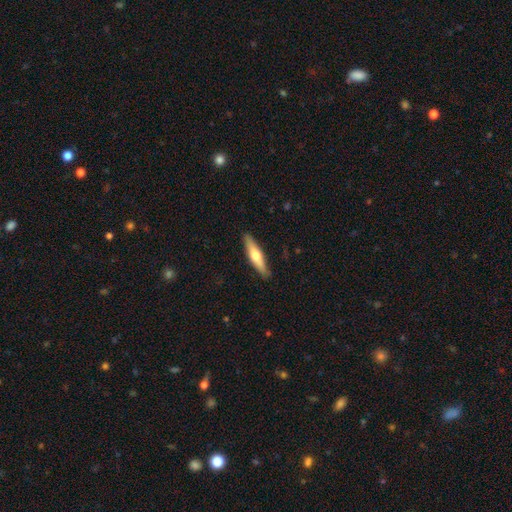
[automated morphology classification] type=smooth (54%); roundness=cigar-shaped (78%); merging=none (88%).